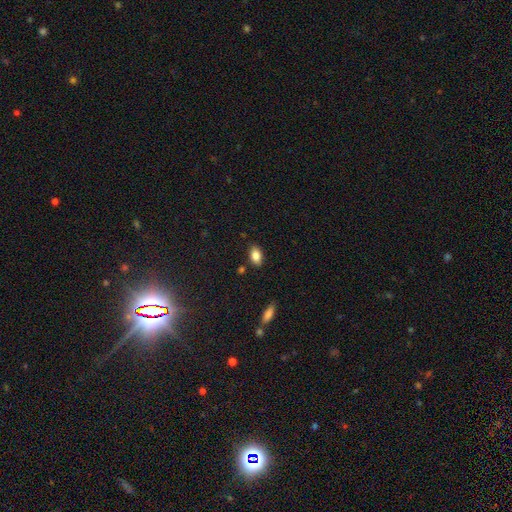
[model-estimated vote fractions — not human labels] This appears to be a smooth galaxy with no disk features (84%) that is in between round and cigar-shaped (90%). Merging: none (84%).